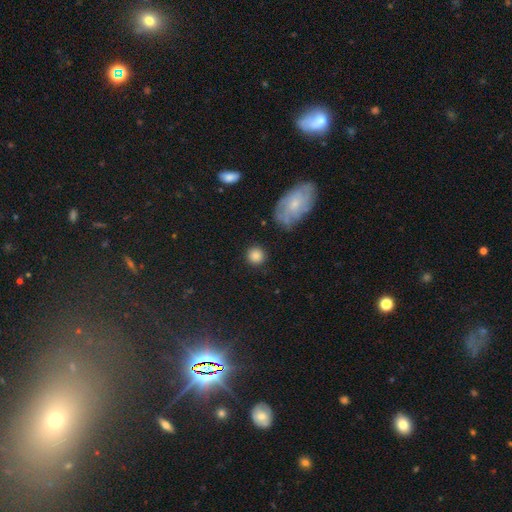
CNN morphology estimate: This is clearly a smooth galaxy (83%). How rounded: clearly round (92%). Merging: clearly none (86%).